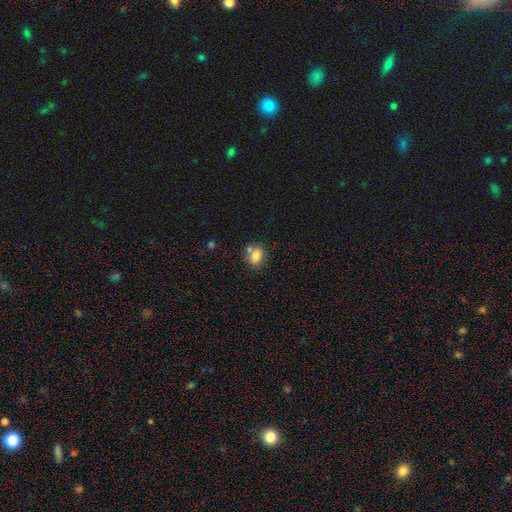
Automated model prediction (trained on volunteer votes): This is likely a smooth galaxy (77%). How rounded: possibly in between (52%). Merging: likely none (61%).